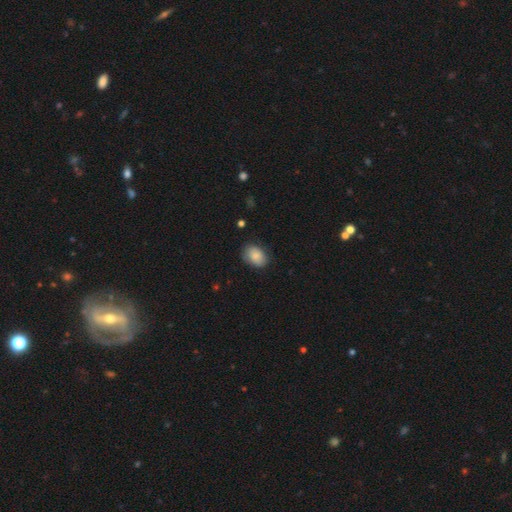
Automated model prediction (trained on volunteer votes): This appears to be a smooth galaxy with no disk features (84%) that is in between round and cigar-shaped (81%). Merging: none (77%).